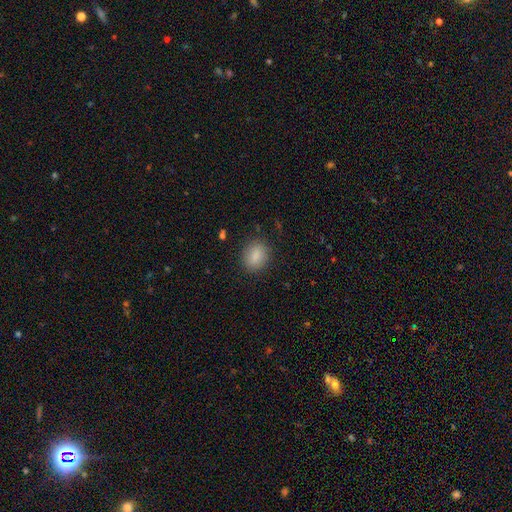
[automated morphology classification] Smooth or featured? smooth (86%)
How rounded? in between (52%)
Merging? none (85%)